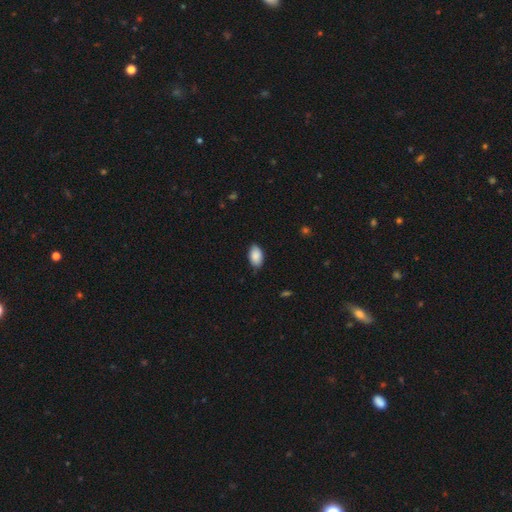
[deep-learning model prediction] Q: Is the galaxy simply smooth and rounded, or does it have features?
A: smooth — 89%.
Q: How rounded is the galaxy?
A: in between — 94%.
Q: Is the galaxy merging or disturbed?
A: none — 82%.